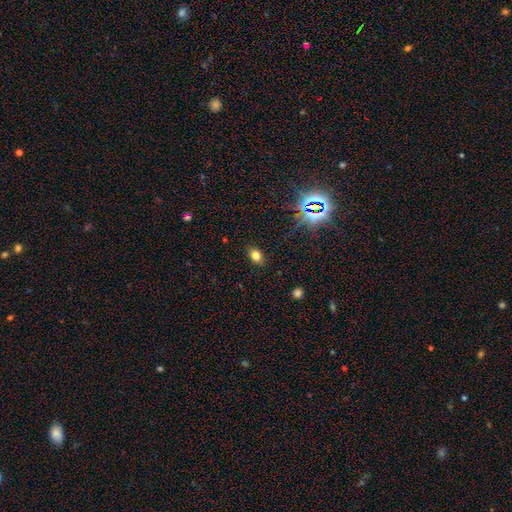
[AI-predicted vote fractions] A smooth galaxy with no disk features (75%) that is in between round and cigar-shaped (76%).

Vote fractions:
- Smooth or featured? smooth: 75% / star or artifact: 17% / featured or disk: 7%
- How rounded? in between: 76% / round: 22% / cigar-shaped: 2%
- Merging? none: 87% / minor disturbance: 10% / major disturbance: 3% / merger: 1%